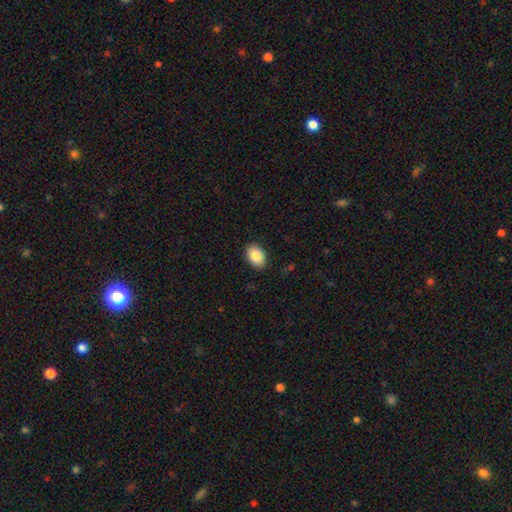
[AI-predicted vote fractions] Smooth or featured: smooth — 86% (star or artifact — 7%)
How rounded: in between — 86% (round — 13%)
Merging: none — 89% (minor disturbance — 8%)